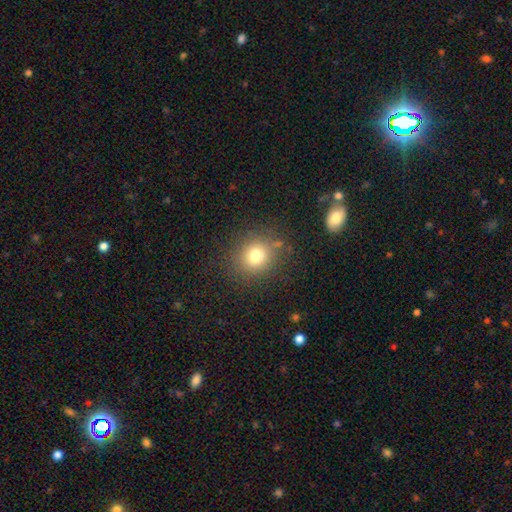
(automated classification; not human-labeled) Smooth or featured: smooth — 75% (star or artifact — 15%)
How rounded: round — 81% (in between — 18%)
Merging: none — 83% (minor disturbance — 10%)